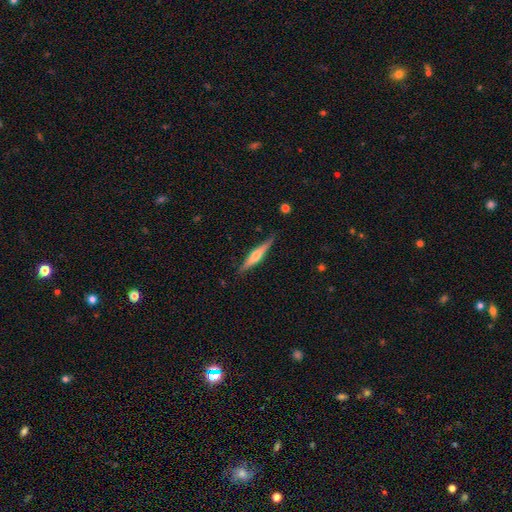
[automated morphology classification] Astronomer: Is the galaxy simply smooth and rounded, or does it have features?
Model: featured or disk — 63%.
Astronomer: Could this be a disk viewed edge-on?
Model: yes — 97%.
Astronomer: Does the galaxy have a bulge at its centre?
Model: rounded — 85%.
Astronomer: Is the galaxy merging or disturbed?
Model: none — 87%.